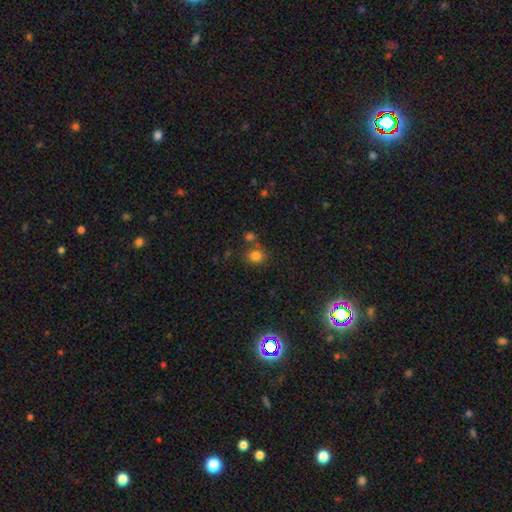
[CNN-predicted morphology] Q: Smooth or featured?
A: smooth (80%); runner-up: star or artifact (14%)
Q: How rounded?
A: round (79%); runner-up: in between (20%)
Q: Merging?
A: none (67%); runner-up: merger (18%)